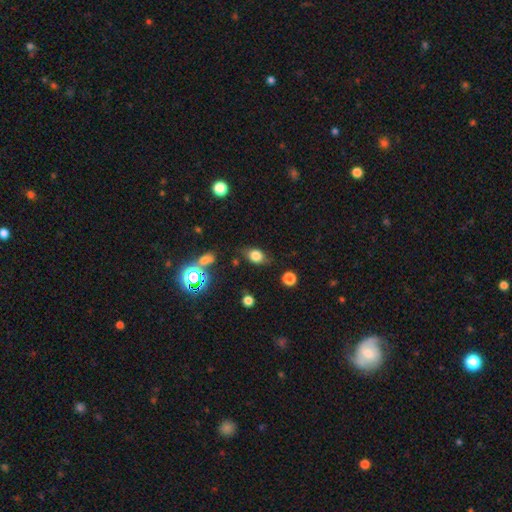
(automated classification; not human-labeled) The model was most divided on "how rounded": in between: 69%, round: 29%, cigar-shaped: 2%. More confident: smooth or featured — smooth (74%); merging — none (71%).